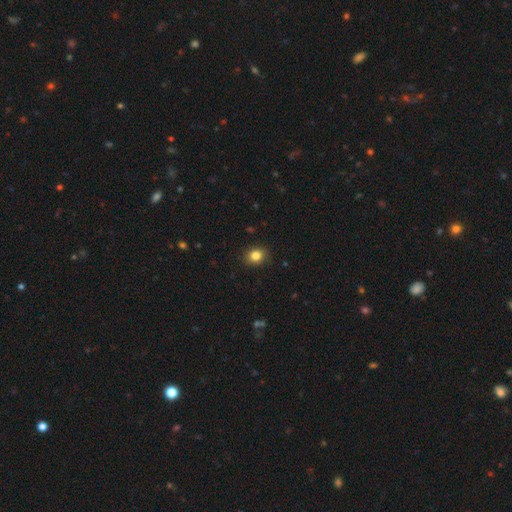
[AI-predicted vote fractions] smooth 84%, star or artifact 11%, featured or disk 5%. Down the decision tree: how rounded — round (60%); merging — none (90%).